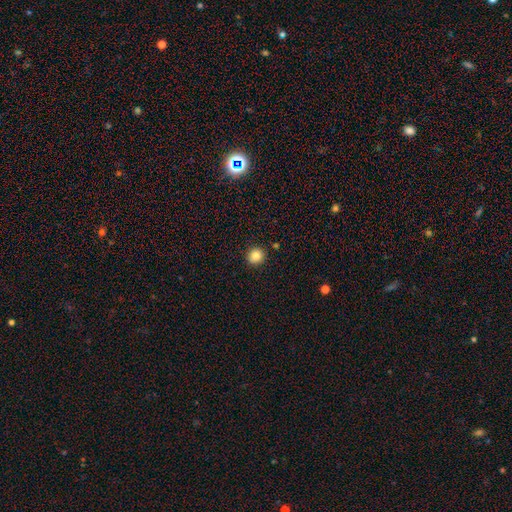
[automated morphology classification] Smooth or featured? Predicted: smooth (p=0.84). How rounded? Predicted: round (p=0.91). Merging? Predicted: none (p=0.91).